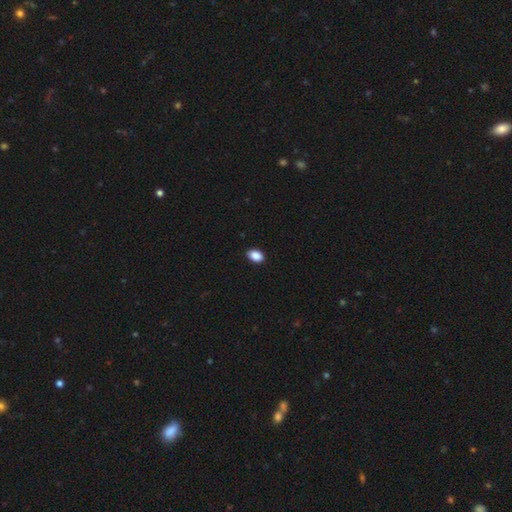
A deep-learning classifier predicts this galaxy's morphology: This is clearly a smooth galaxy (89%). How rounded: clearly in between (87%). Merging: clearly none (88%).